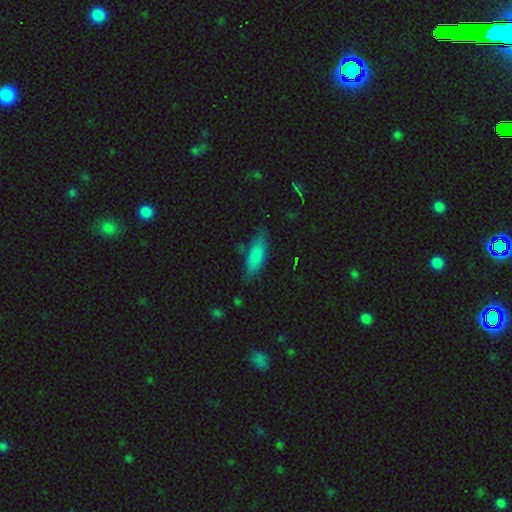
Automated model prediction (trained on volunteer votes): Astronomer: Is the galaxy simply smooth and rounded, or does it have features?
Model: smooth — 81%.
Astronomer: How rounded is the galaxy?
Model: in between — 58% (runner-up: cigar-shaped, 40%).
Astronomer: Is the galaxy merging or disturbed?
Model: none — 76%.